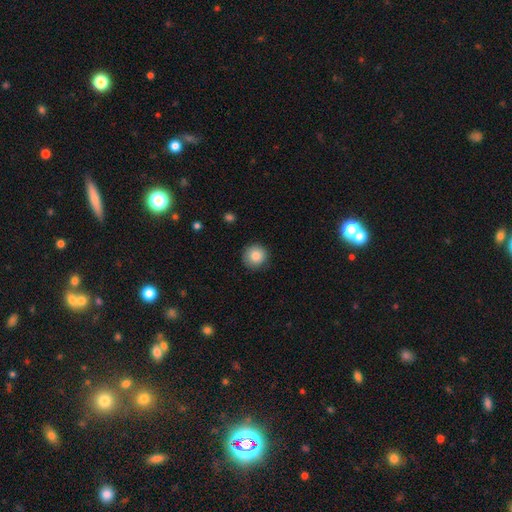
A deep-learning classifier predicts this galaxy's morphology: smooth-or-featured: smooth: 85% | star or artifact: 9% | featured or disk: 6%
  how-rounded: round: 95% | in between: 4% | cigar-shaped: 1%
  merging: none: 88% | minor disturbance: 9% | major disturbance: 2% | merger: 1%